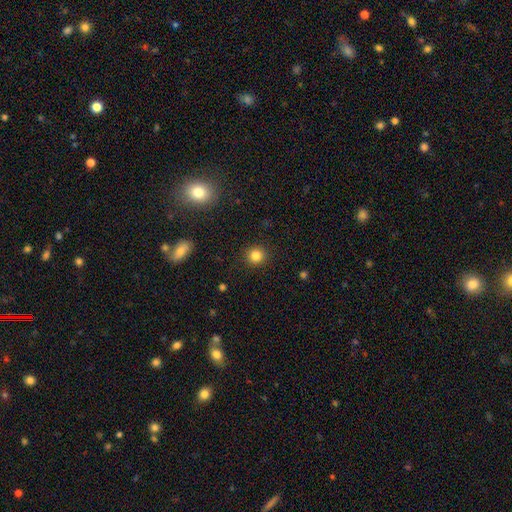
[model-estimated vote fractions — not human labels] Overall: smooth (84%). How rounded: round (91%). Merging: none (91%).